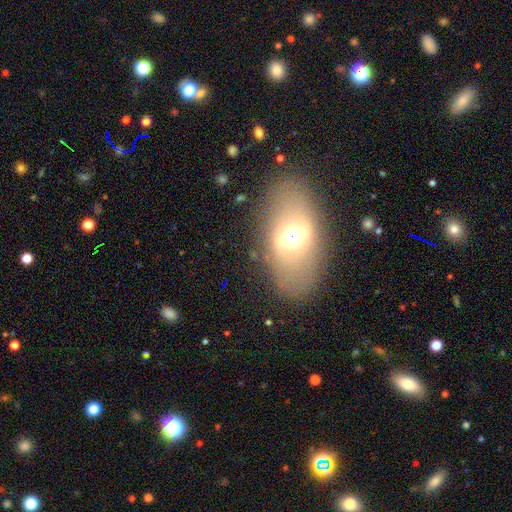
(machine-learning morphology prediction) Overall: smooth (58%; featured or disk 30%). How rounded: in between (90%). Merging: none (86%).